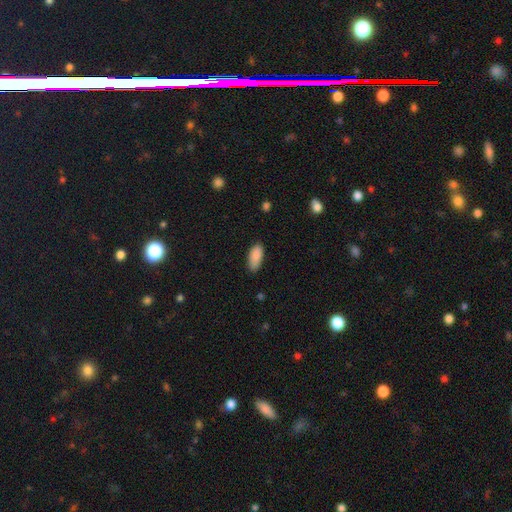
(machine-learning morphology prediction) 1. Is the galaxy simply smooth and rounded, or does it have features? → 89% smooth, 7% star or artifact, 4% featured or disk.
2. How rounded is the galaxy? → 87% in between, 11% cigar-shaped, 2% round.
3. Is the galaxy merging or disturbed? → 79% none, 17% minor disturbance, 3% major disturbance, 1% merger.